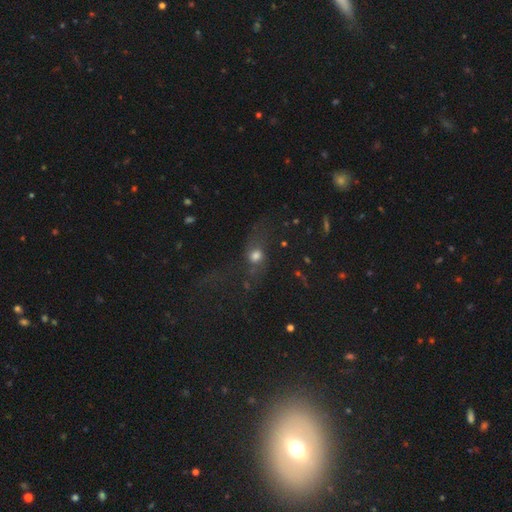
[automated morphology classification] smooth-or-featured: smooth: 46% | featured or disk: 34% | star or artifact: 20%
  merging: none: 51% | major disturbance: 27% | minor disturbance: 17% | merger: 5%